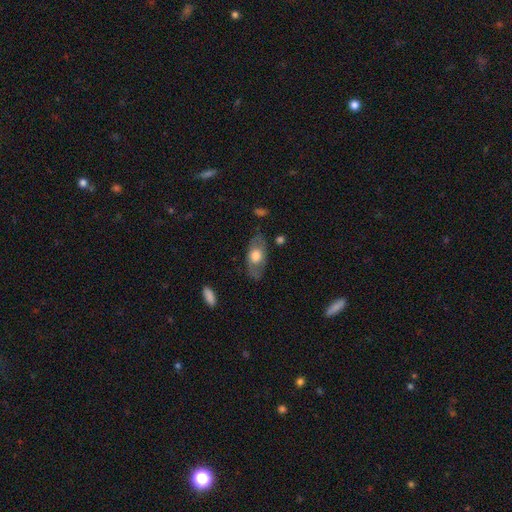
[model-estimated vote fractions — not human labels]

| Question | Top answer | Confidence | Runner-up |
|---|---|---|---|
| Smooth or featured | smooth | 54% | featured or disk (40%) |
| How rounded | in between | 87% | round (8%) |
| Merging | none | 76% | minor disturbance (16%) |